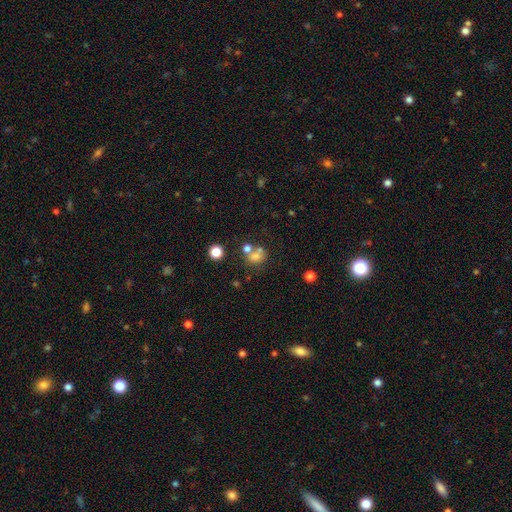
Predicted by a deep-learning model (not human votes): This appears to be a smooth galaxy with no disk features (67%) that is round (68%). Merging: none (44%).